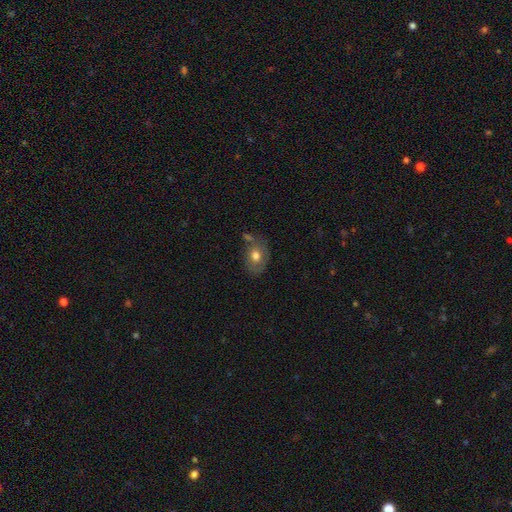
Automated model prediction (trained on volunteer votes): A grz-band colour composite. It shows a smooth galaxy with no disk features (65%) that is in between round and cigar-shaped (67%). Merging: none (54%).